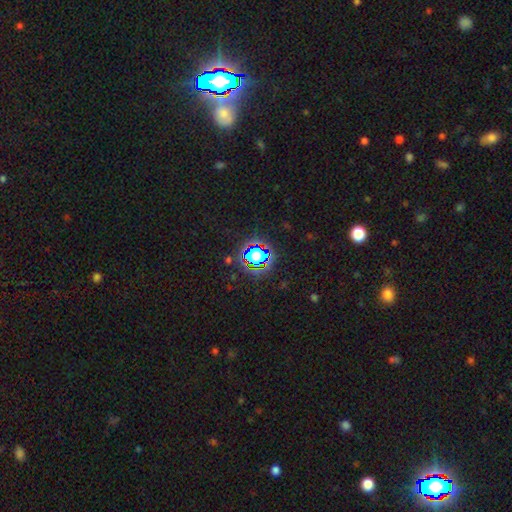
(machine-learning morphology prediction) Smooth or featured: star or artifact — 62% (smooth — 26%)